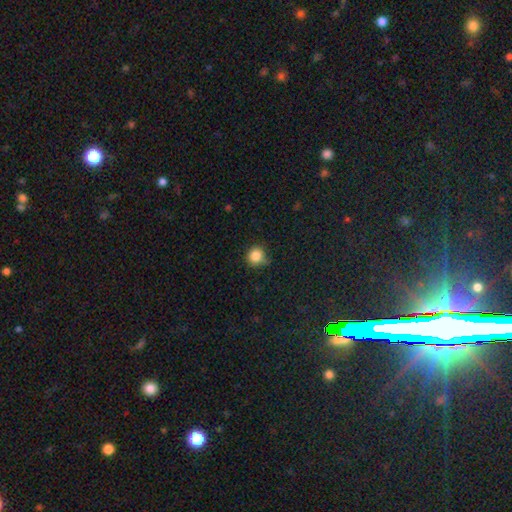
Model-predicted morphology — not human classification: Smooth or featured: smooth — 85% (star or artifact — 11%)
How rounded: round — 91% (in between — 8%)
Merging: none — 74% (minor disturbance — 20%)